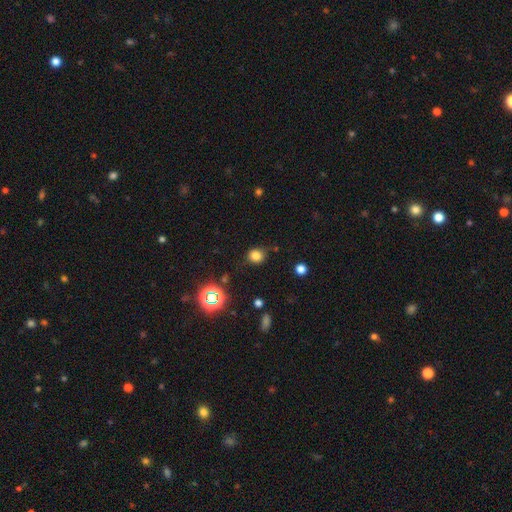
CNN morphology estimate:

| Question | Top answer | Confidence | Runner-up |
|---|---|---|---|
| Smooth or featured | smooth | 77% | star or artifact (18%) |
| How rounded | round | 82% | in between (17%) |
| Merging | none | 79% | minor disturbance (14%) |